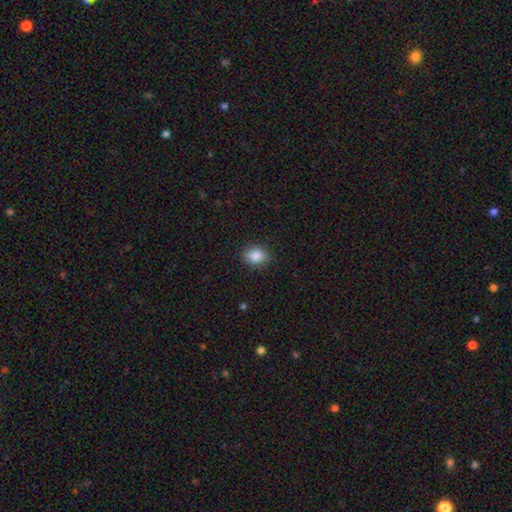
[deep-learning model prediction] Overall: smooth (87%). How rounded: in between (53%; round 46%). Merging: none (88%).